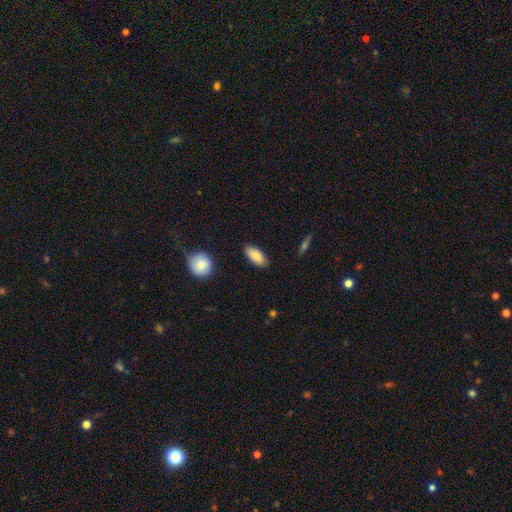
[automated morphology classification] A smooth galaxy with no disk features (87%) that is in between round and cigar-shaped (86%). Merging: none (84%).